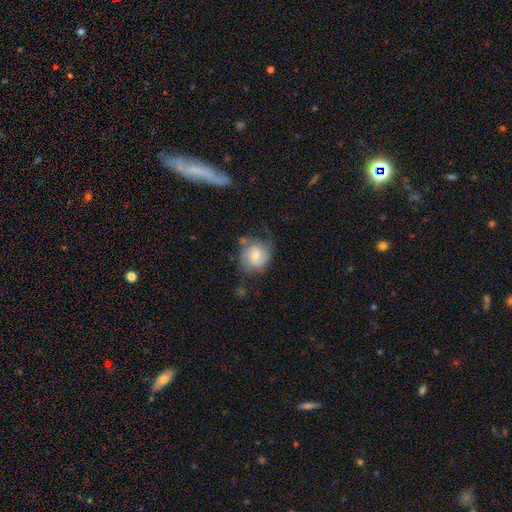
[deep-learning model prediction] The model was most divided on "smooth or featured": smooth: 58%, featured or disk: 35%, star or artifact: 8%. More confident: how rounded — round (77%); merging — none (56%).